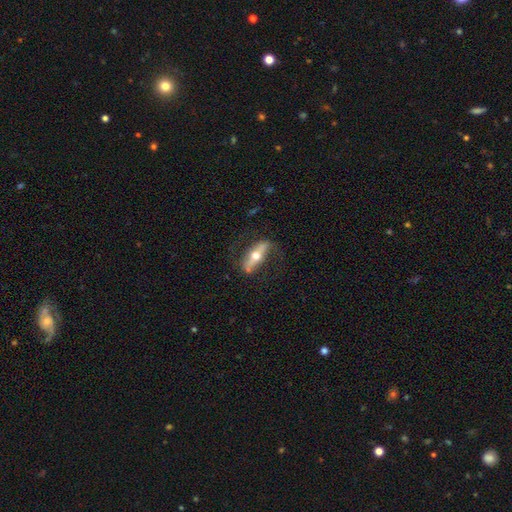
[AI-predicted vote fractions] A featured or disk galaxy (64%) viewed edge-on (62%).

Vote fractions:
- Smooth or featured? featured or disk: 64% / smooth: 30% / star or artifact: 5%
- Edge-on disk? yes: 62% / no: 38%
- Merging? none: 69% / minor disturbance: 18% / major disturbance: 11% / merger: 3%